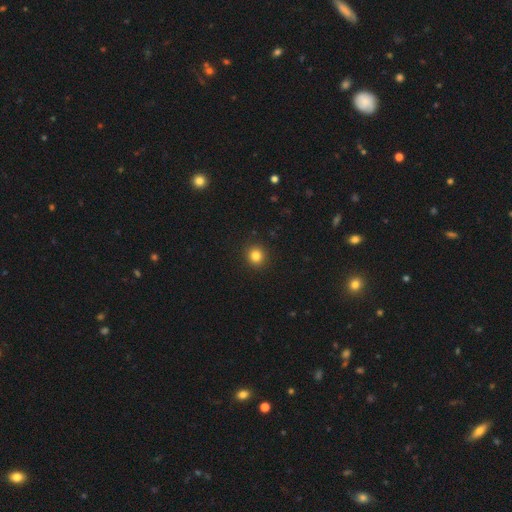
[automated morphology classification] smooth_or_featured: smooth (p=0.83) [alt: star or artifact p=0.12]
how_rounded: round (p=0.90) [alt: in between p=0.09]
merging: none (p=0.92) [alt: minor disturbance p=0.05]